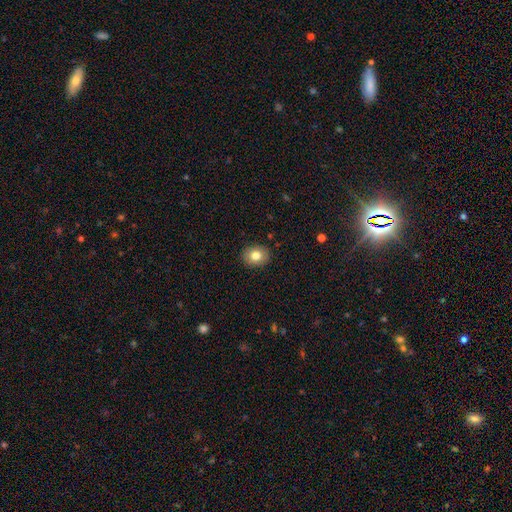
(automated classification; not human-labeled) Smooth or featured: smooth — 79% (featured or disk — 12%)
How rounded: round — 56% (in between — 44%)
Merging: none — 90% (minor disturbance — 8%)